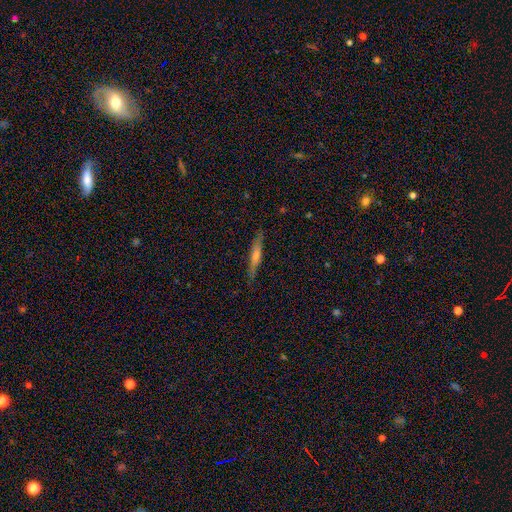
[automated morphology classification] This appears to be a featured or disk galaxy (54%) viewed edge-on (94%) with a rounded central bulge (66%). Merging: none (86%).